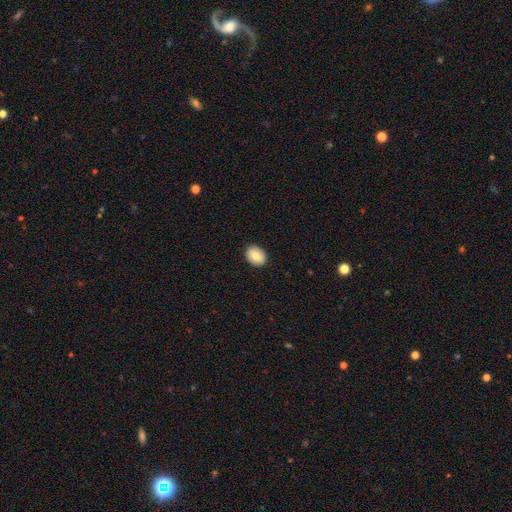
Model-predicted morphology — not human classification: Q: Smooth or featured?
A: smooth (84%); runner-up: featured or disk (9%)
Q: How rounded?
A: in between (64%); runner-up: round (35%)
Q: Merging?
A: none (89%); runner-up: minor disturbance (8%)